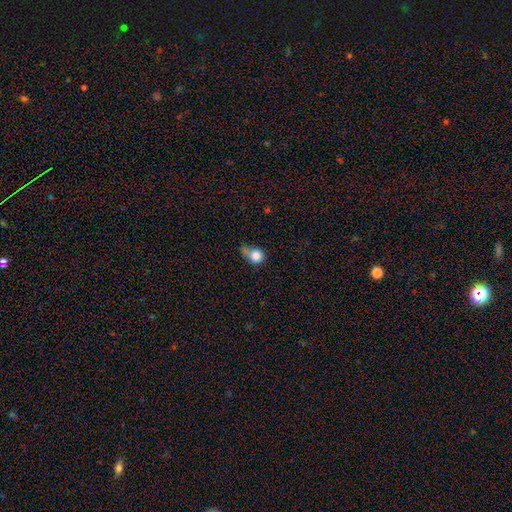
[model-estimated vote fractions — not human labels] This is clearly a smooth galaxy (82%). How rounded: likely round (79%). Merging: marginally minor disturbance (33%).